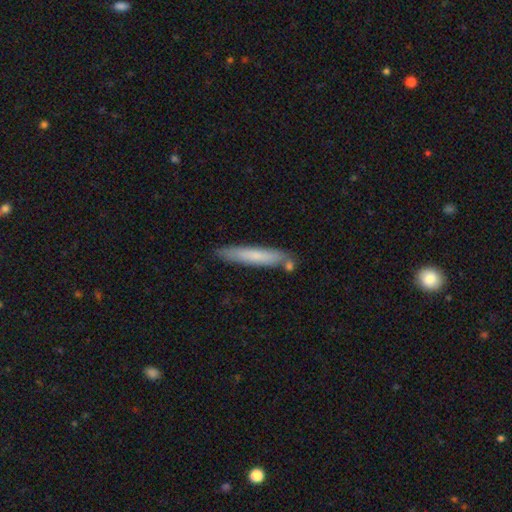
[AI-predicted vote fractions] smooth 69%, featured or disk 25%, star or artifact 6%. Down the decision tree: how rounded — cigar-shaped (92%); merging — none (78%).